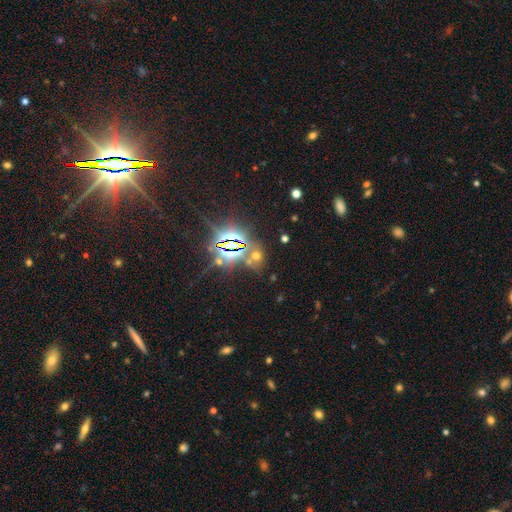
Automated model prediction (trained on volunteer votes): A star or artifact, not a galaxy (59%).